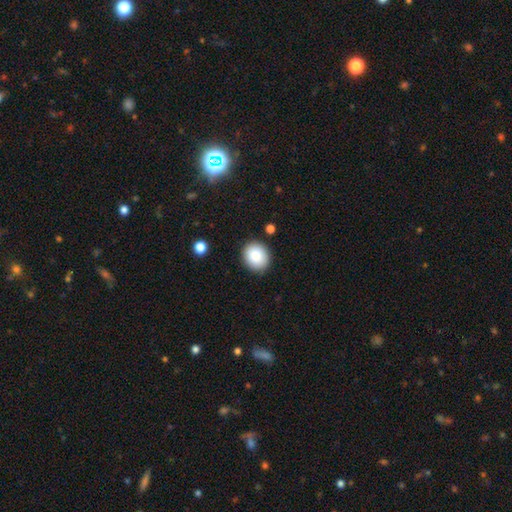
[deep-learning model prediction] This is clearly a smooth galaxy (88%). How rounded: likely round (72%). Merging: clearly none (88%).